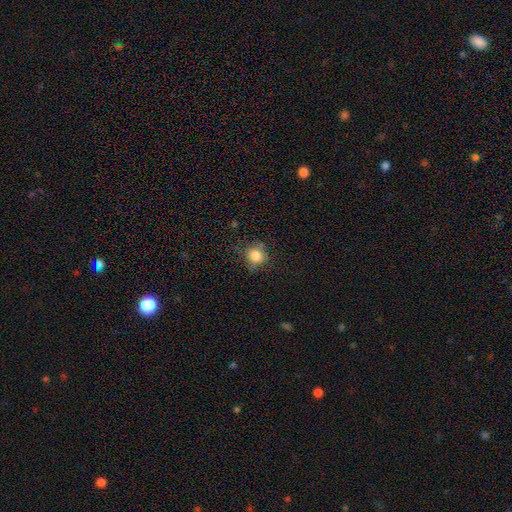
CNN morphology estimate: smooth_or_featured: smooth (p=0.82) [alt: star or artifact p=0.11]
how_rounded: round (p=0.78) [alt: in between p=0.21]
merging: none (p=0.70) [alt: minor disturbance p=0.22]